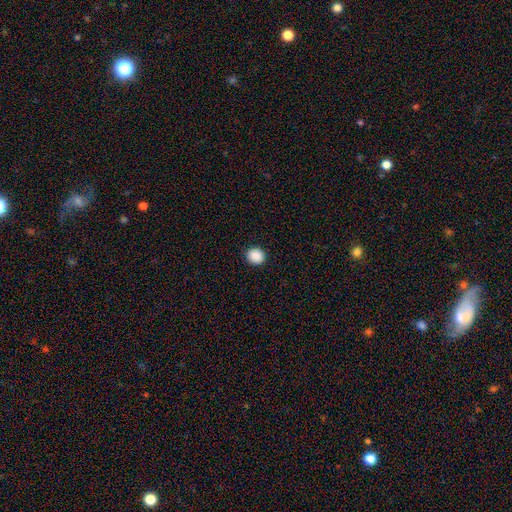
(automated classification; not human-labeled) The model was most divided on "how rounded": round: 83%, in between: 16%, cigar-shaped: 1%. More confident: merging — none (92%); smooth or featured — smooth (89%).